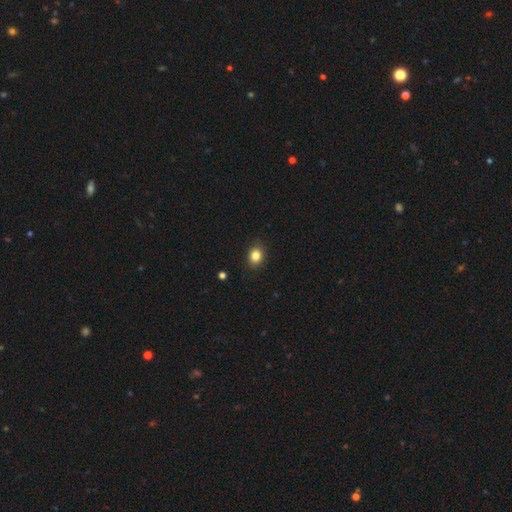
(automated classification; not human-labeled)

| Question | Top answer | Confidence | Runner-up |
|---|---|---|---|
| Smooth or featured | smooth | 85% | star or artifact (10%) |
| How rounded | round | 53% | in between (46%) |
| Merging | none | 88% | minor disturbance (9%) |